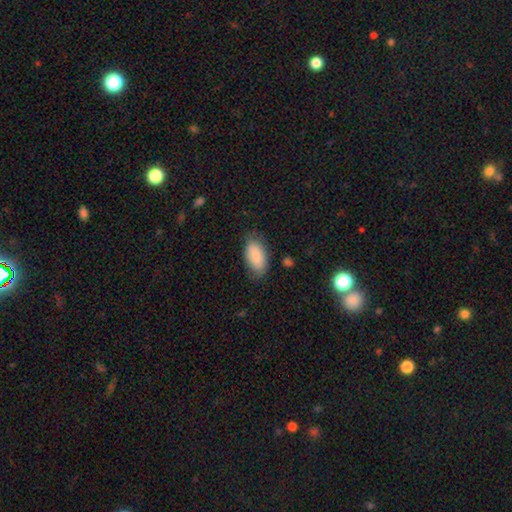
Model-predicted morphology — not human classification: The model was most divided on "merging": none: 76%, minor disturbance: 18%, major disturbance: 4%, merger: 2%. More confident: how rounded — in between (93%); smooth or featured — smooth (87%).